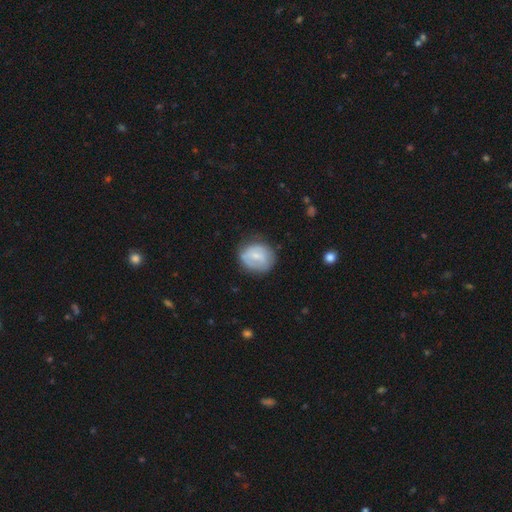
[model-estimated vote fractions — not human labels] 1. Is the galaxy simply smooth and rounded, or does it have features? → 59% smooth, 35% featured or disk, 7% star or artifact.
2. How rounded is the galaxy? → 68% round, 31% in between, 1% cigar-shaped.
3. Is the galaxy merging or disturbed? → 67% none, 23% minor disturbance, 8% major disturbance, 2% merger.